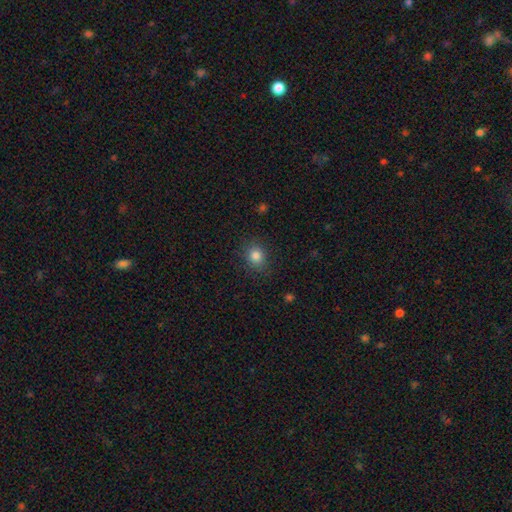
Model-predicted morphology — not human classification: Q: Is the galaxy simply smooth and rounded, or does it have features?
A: smooth — 83%.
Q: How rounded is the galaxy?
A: round — 74%.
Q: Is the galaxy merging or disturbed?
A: none — 86%.